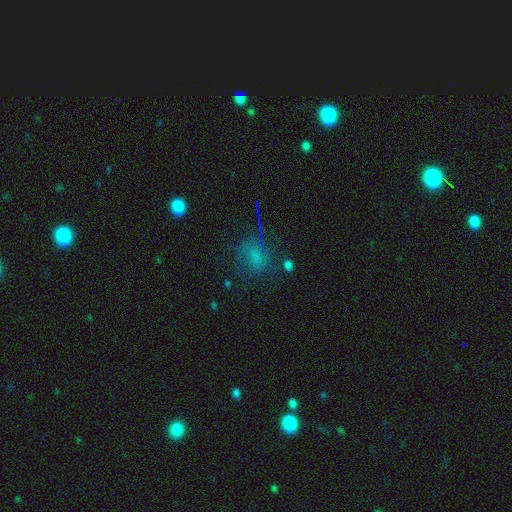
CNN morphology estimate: smooth_or_featured: smooth (p=0.48) [alt: star or artifact p=0.31]
merging: none (p=0.60) [alt: minor disturbance p=0.19]